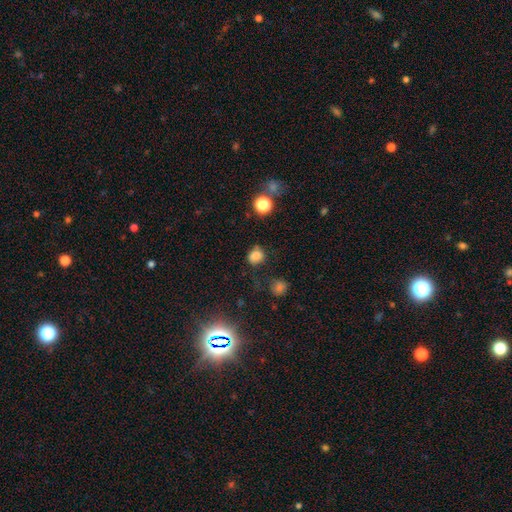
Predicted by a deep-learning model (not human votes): Smooth or featured? Predicted: smooth (p=0.78). How rounded? Predicted: round (p=0.67). Merging? Predicted: none (p=0.69).